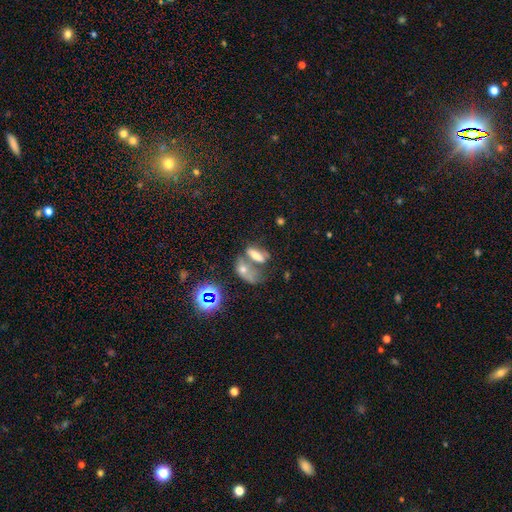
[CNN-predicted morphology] A smooth galaxy with no disk features (58%) that is in between round and cigar-shaped (72%).

Vote fractions:
- Smooth or featured? smooth: 58% / featured or disk: 23% / star or artifact: 19%
- How rounded? in between: 72% / cigar-shaped: 22% / round: 7%
- Merging? merger: 52% / none: 28% / minor disturbance: 11% / major disturbance: 9%